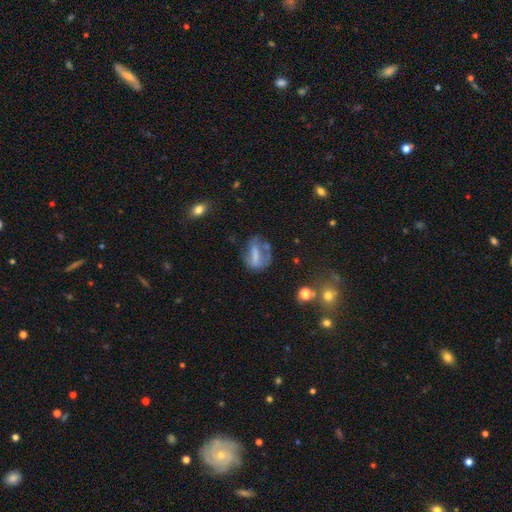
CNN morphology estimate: Smooth or featured? Predicted: smooth (p=0.45). Merging? Predicted: none (p=0.39).